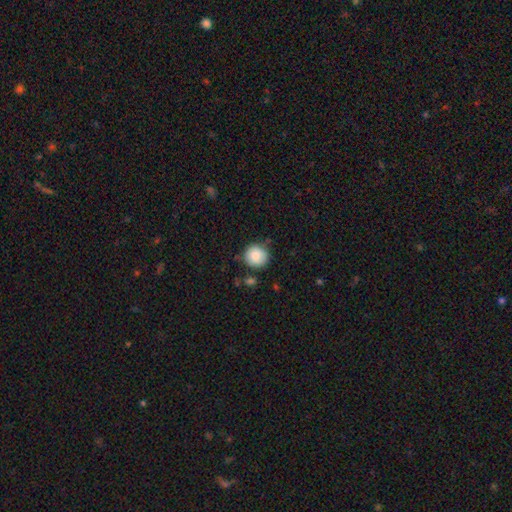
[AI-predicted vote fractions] Smooth or featured? smooth (87%)
How rounded? round (92%)
Merging? none (81%)